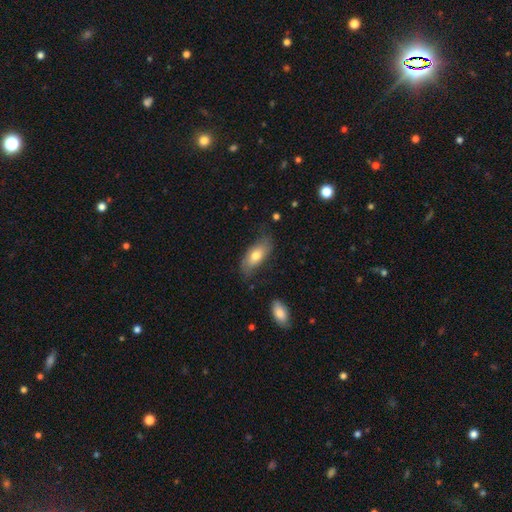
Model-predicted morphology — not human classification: A smooth galaxy with no disk features (70%) that is in between round and cigar-shaped (85%). Merging: none (67%).